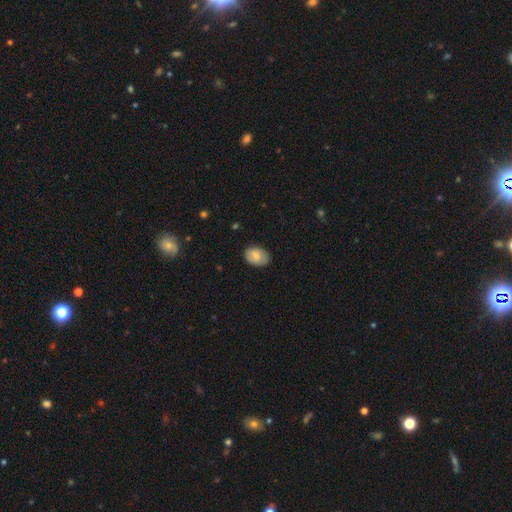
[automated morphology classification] This is likely a smooth galaxy (76%). How rounded: clearly in between (81%). Merging: clearly none (81%).